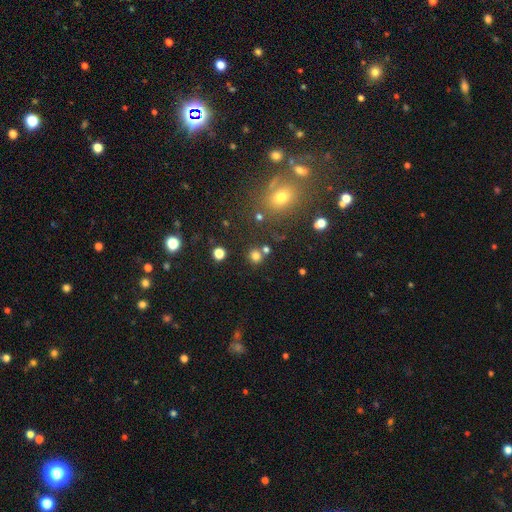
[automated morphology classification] smooth_or_featured: smooth (p=0.76) [alt: star or artifact p=0.18]
how_rounded: round (p=0.89) [alt: in between p=0.10]
merging: none (p=0.77) [alt: merger p=0.11]